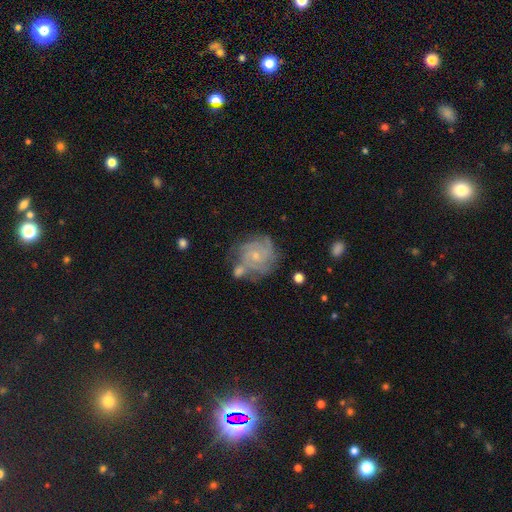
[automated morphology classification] Smooth or featured? featured or disk (78%)
Edge-on disk? no (98%)
Bar? no (73%)
Spiral arms? yes (93%)
Spiral winding? tight (65%)
Spiral arm count? can't tell (31%)
Bulge size? small (71%)
Merging? none (58%)